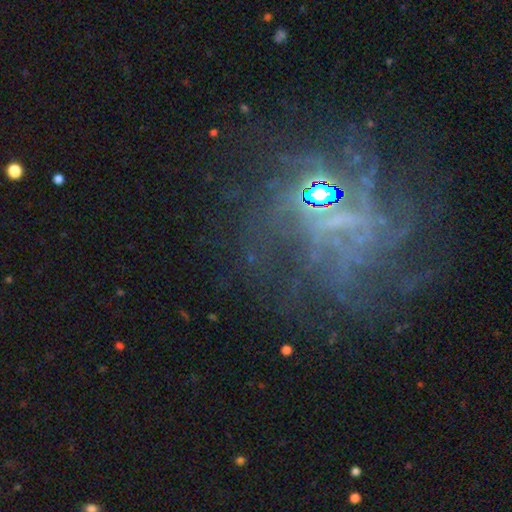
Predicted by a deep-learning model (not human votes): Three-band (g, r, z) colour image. It shows a featured or disk galaxy (48%). Merging: none (60%).